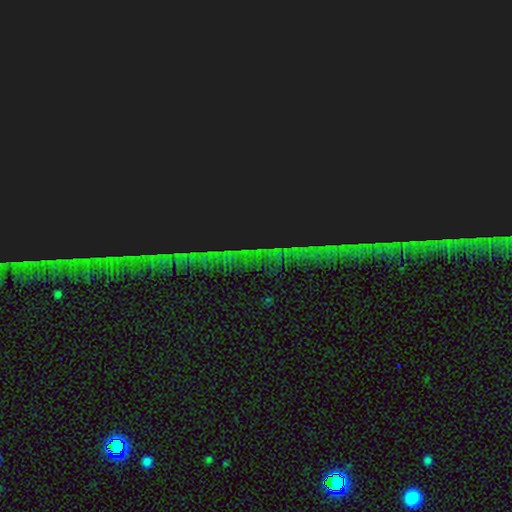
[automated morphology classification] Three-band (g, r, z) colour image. It shows a star or artifact, not a galaxy (83%).